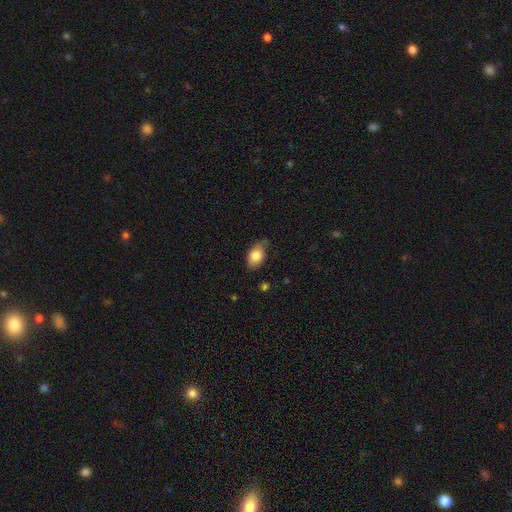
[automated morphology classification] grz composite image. It shows a smooth galaxy with no disk features (81%) that is in between round and cigar-shaped (89%). Merging: none (70%).